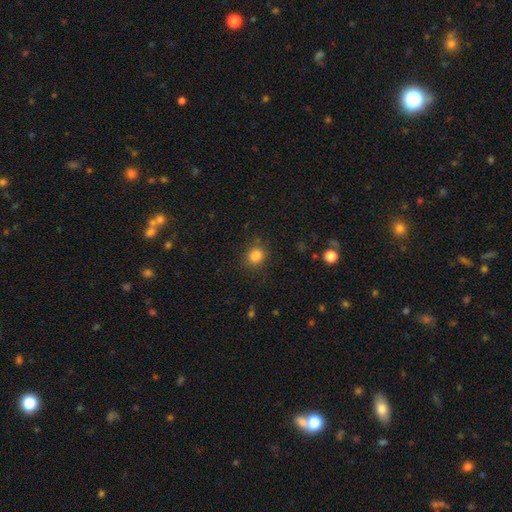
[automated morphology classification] This is clearly a smooth galaxy (84%). How rounded: likely round (72%). Merging: clearly none (83%).